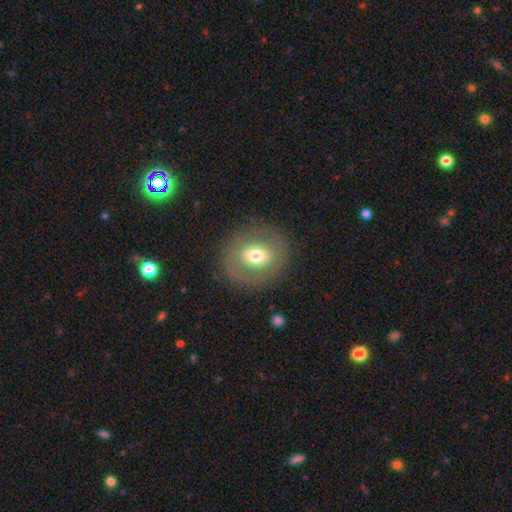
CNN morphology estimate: type=smooth (53%); roundness=round (72%); merging=none (82%).